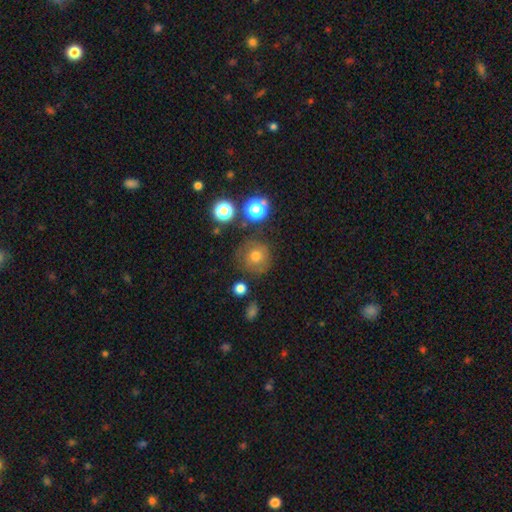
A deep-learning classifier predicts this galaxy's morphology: Smooth or featured? smooth (54%)
How rounded? round (91%)
Merging? none (76%)